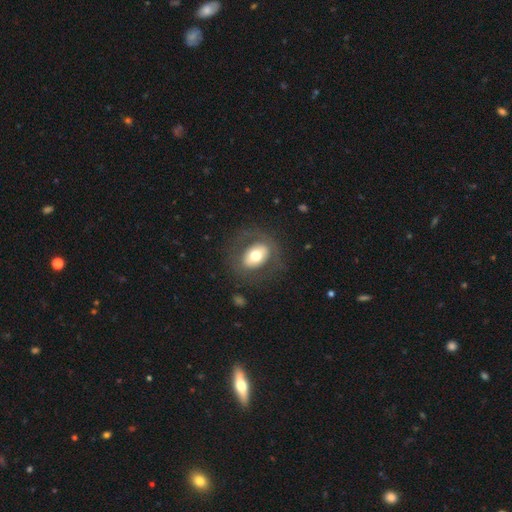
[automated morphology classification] Overall: smooth (56%; featured or disk 37%). How rounded: in between (64%; round 35%). Merging: none (75%).